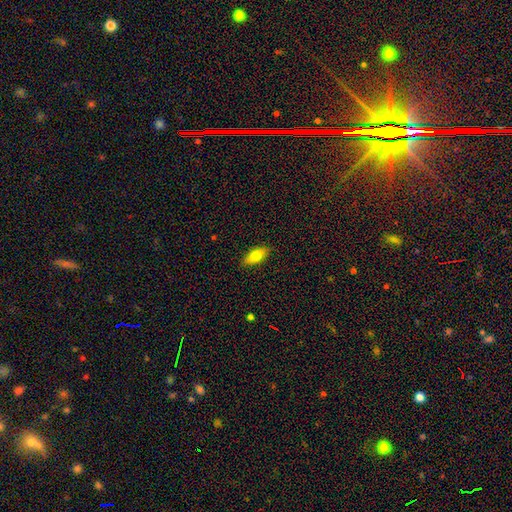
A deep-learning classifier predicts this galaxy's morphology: A smooth galaxy with no disk features (76%) that is in between round and cigar-shaped (80%). Merging: none (88%).